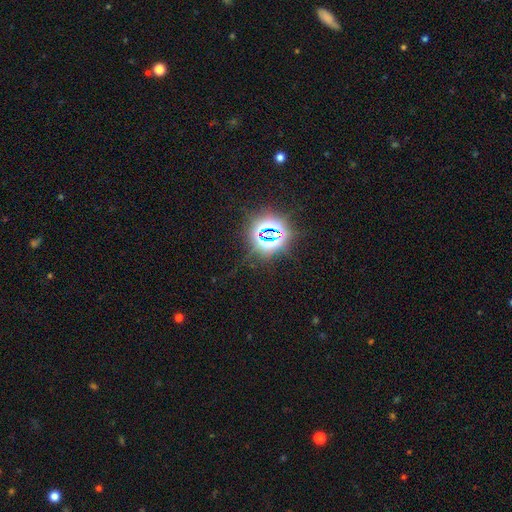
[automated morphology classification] smooth-or-featured: star or artifact: 83% | smooth: 11% | featured or disk: 6%